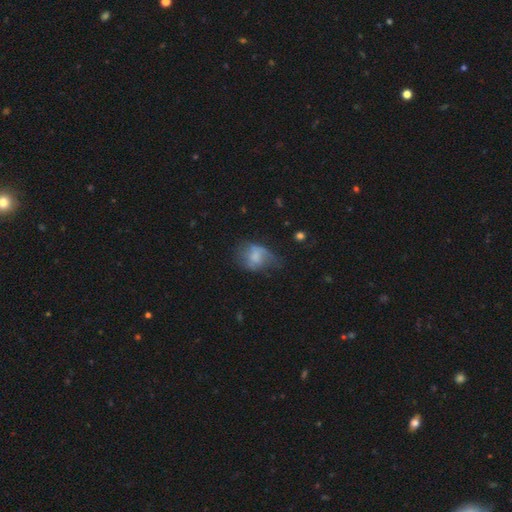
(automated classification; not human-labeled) smooth 61%, featured or disk 29%, star or artifact 10%. Down the decision tree: how rounded — in between (66%); merging — minor disturbance (35%).